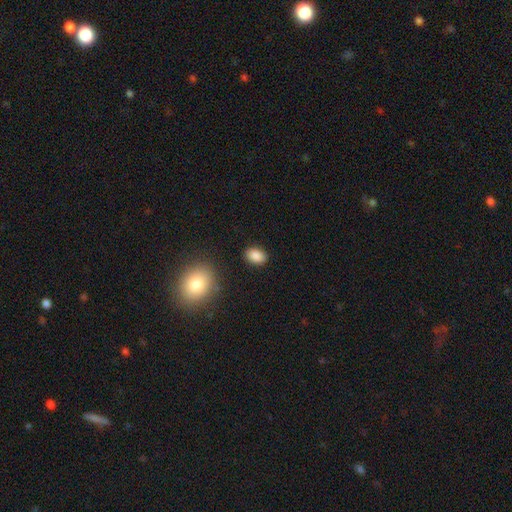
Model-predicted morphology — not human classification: Smooth or featured: smooth — 86% (star or artifact — 9%)
How rounded: in between — 77% (round — 22%)
Merging: none — 88% (minor disturbance — 8%)